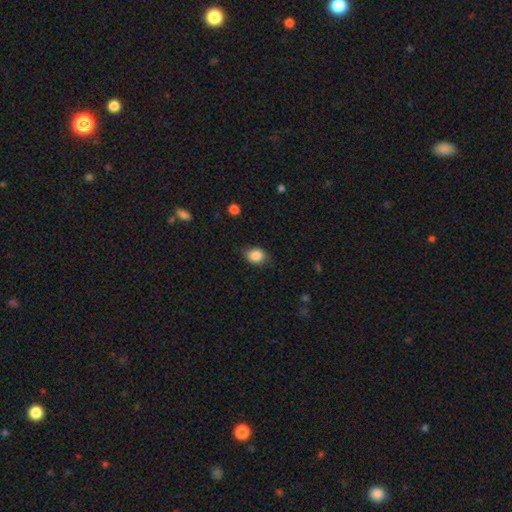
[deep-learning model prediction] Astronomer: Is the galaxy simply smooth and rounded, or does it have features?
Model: smooth — 86%.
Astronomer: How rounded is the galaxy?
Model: in between — 62%.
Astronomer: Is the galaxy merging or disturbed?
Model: none — 76%.